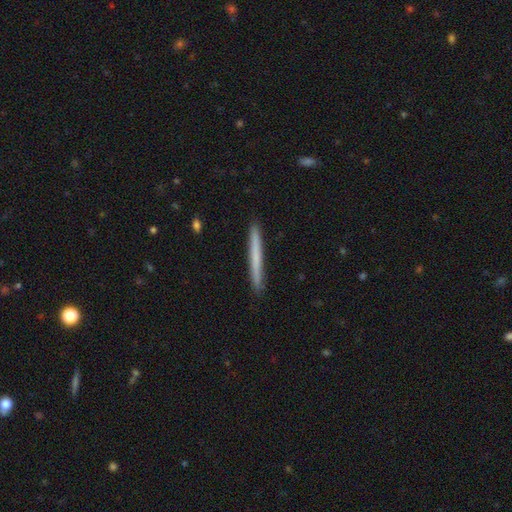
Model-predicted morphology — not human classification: A smooth galaxy with no disk features (61%) that is cigar-shaped (97%). Merging: none (92%).